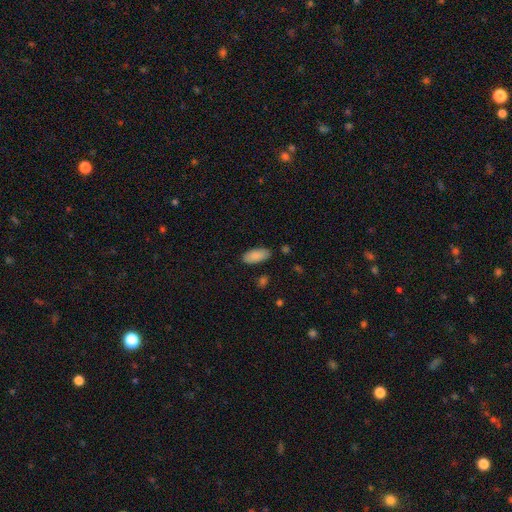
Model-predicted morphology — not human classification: A smooth galaxy with no disk features (88%) that is in between round and cigar-shaped (88%).

Vote fractions:
- Smooth or featured? smooth: 88% / star or artifact: 6% / featured or disk: 6%
- How rounded? in between: 88% / cigar-shaped: 10% / round: 2%
- Merging? none: 84% / minor disturbance: 11% / major disturbance: 3% / merger: 2%